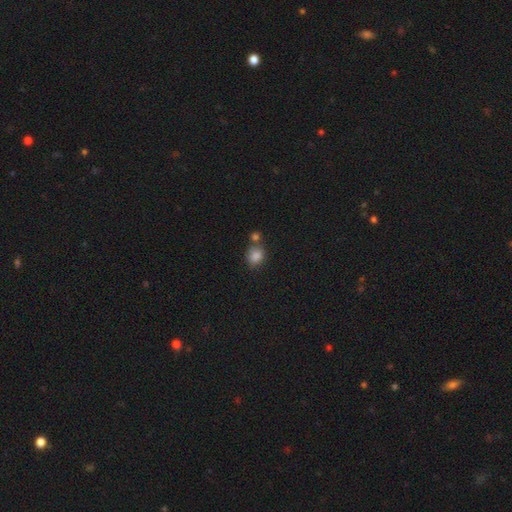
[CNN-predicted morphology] A smooth galaxy with no disk features (84%) that is round (58%). Merging: none (55%).